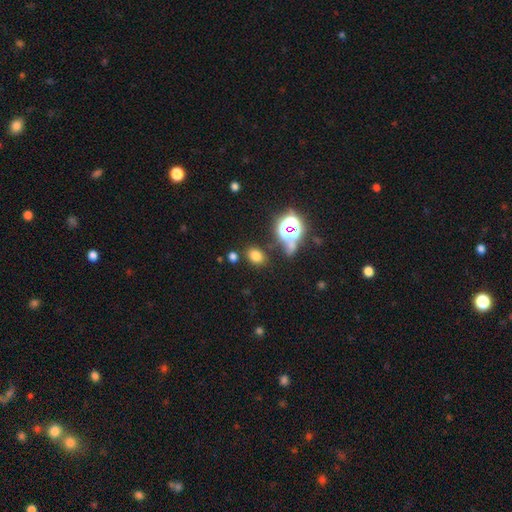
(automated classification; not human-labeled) This is likely a smooth galaxy (71%). How rounded: likely in between (64%). Merging: likely none (80%).